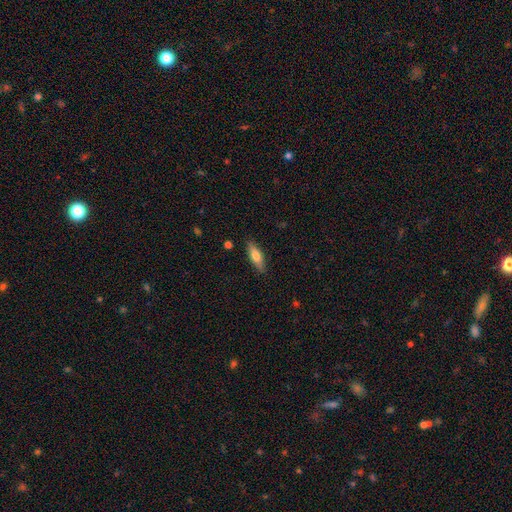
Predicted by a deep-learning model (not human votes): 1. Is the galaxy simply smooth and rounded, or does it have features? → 63% smooth, 30% featured or disk, 6% star or artifact.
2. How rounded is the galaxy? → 50% in between, 48% cigar-shaped, 2% round.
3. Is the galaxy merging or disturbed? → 87% none, 10% minor disturbance, 2% major disturbance, 1% merger.